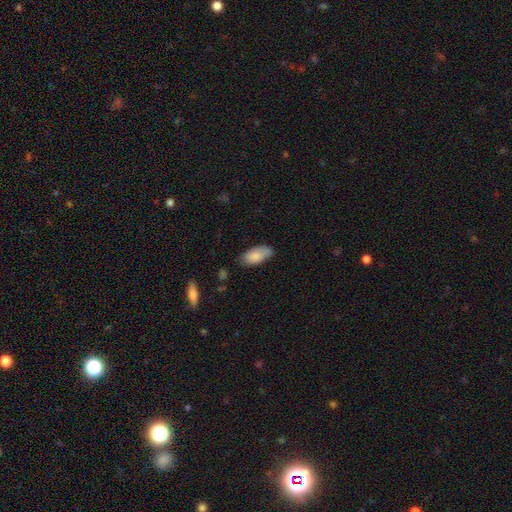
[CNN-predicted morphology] Smooth or featured? smooth (84%)
How rounded? in between (91%)
Merging? none (68%)